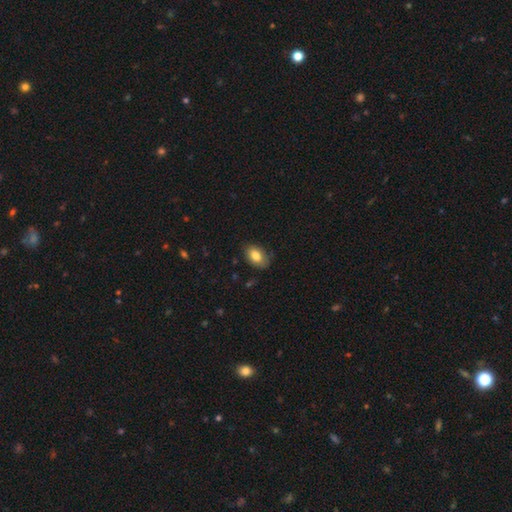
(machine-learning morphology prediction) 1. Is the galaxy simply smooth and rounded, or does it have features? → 82% smooth, 10% featured or disk, 8% star or artifact.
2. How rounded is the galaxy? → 87% in between, 12% round, 1% cigar-shaped.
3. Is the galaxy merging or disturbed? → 77% none, 18% minor disturbance, 3% major disturbance, 1% merger.